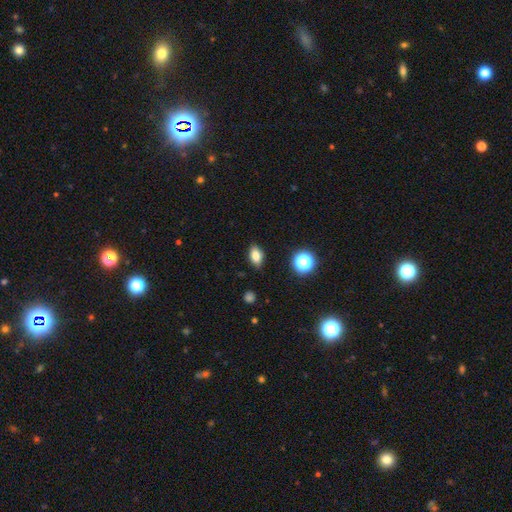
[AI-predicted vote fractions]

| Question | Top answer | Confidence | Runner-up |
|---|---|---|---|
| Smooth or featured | smooth | 80% | star or artifact (11%) |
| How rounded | in between | 83% | round (12%) |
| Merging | none | 86% | minor disturbance (10%) |